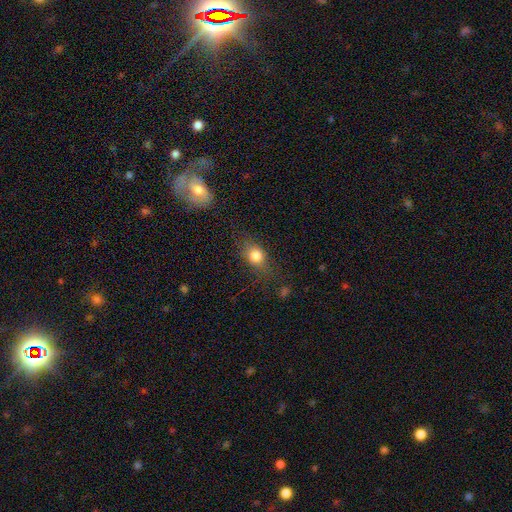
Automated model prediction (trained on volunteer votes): Smooth or featured: smooth — 77% (featured or disk — 12%)
How rounded: in between — 53% (round — 41%)
Merging: none — 71% (minor disturbance — 18%)